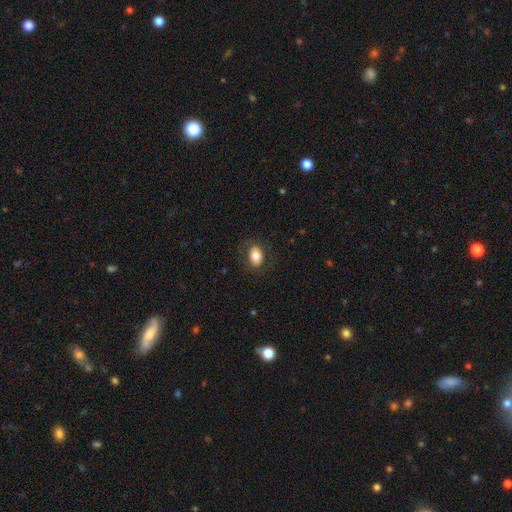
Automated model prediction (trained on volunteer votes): This is likely a smooth galaxy (78%). How rounded: likely in between (76%). Merging: clearly none (82%).